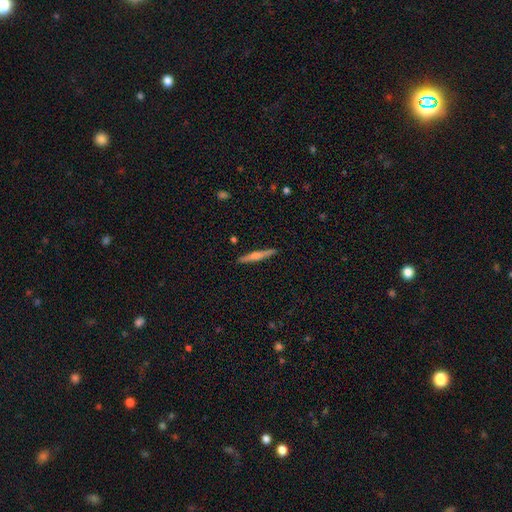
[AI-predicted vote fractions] featured or disk 58%, smooth 36%, star or artifact 6%. Down the decision tree: edge-on disk — yes (97%); edge-on bulge — rounded (78%); merging — none (91%).